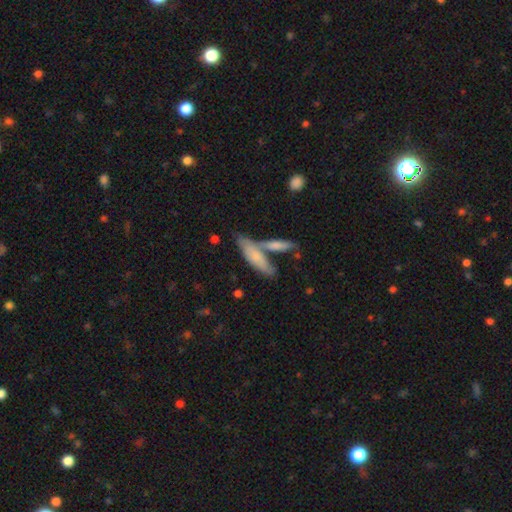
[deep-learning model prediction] Smooth or featured? smooth (68%)
How rounded? cigar-shaped (55%)
Merging? none (48%)